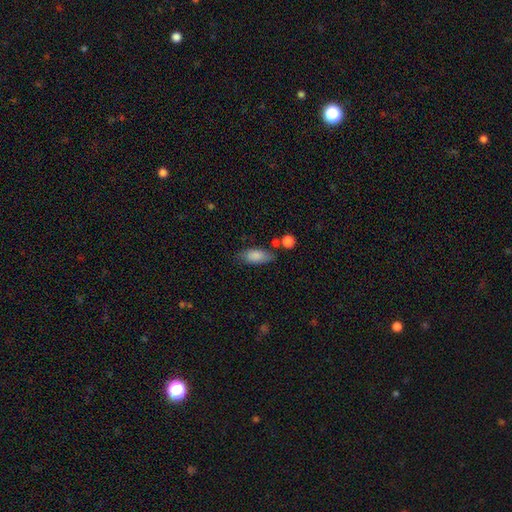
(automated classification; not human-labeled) smooth_or_featured: smooth (p=0.84) [alt: featured or disk p=0.09]
how_rounded: in between (p=0.84) [alt: cigar-shaped p=0.12]
merging: none (p=0.66) [alt: minor disturbance p=0.20]